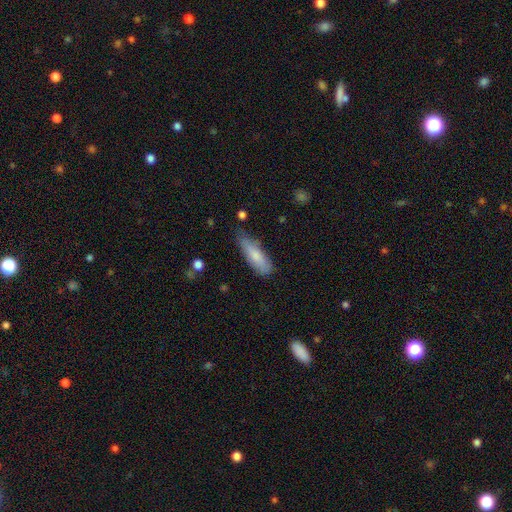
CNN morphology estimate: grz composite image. It shows a smooth galaxy with no disk features (78%) that is cigar-shaped (49%, tied with in between). Merging: none (60%).